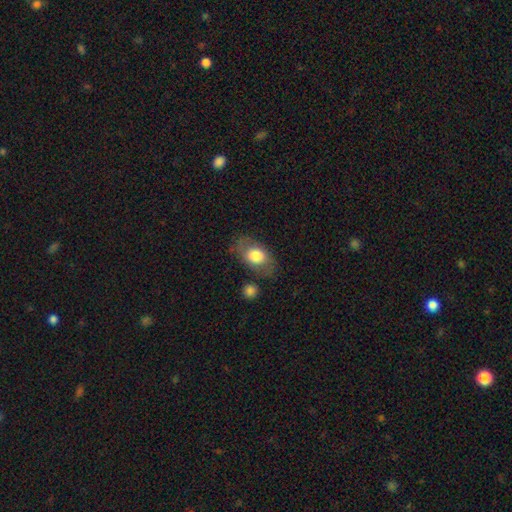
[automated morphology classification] A smooth galaxy with no disk features (72%) that is in between round and cigar-shaped (85%).

Vote fractions:
- Smooth or featured? smooth: 72% / featured or disk: 21% / star or artifact: 6%
- How rounded? in between: 85% / round: 14% / cigar-shaped: 2%
- Merging? none: 71% / minor disturbance: 17% / major disturbance: 7% / merger: 5%